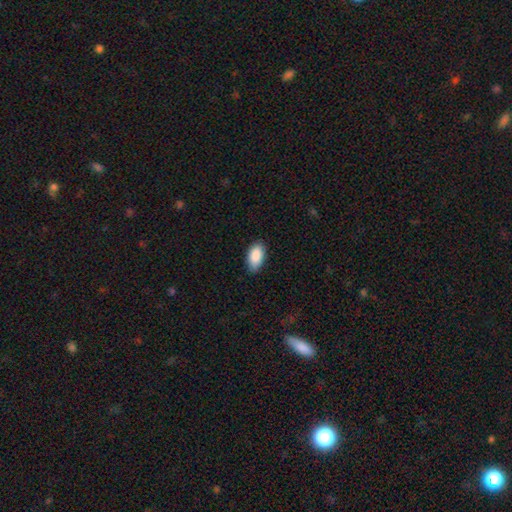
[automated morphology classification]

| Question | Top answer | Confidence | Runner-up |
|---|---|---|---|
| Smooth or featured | smooth | 89% | star or artifact (6%) |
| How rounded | in between | 94% | cigar-shaped (4%) |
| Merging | none | 84% | minor disturbance (13%) |